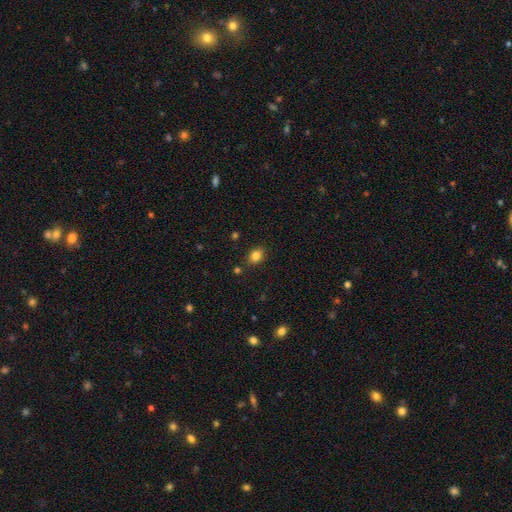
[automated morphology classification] Smooth or featured?
  - smooth: 83% *
  - star or artifact: 11%
  - featured or disk: 6%
How rounded?
  - in between: 65% *
  - round: 34%
  - cigar-shaped: 1%
Merging?
  - none: 83% *
  - minor disturbance: 11%
  - merger: 3%
  - major disturbance: 3%